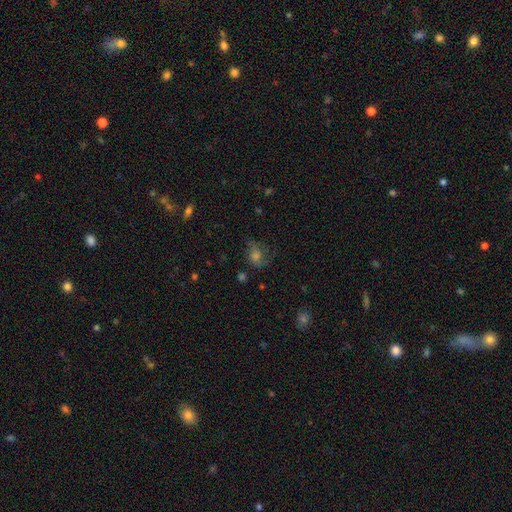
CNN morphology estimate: type=smooth (39%); merging=none (57%).